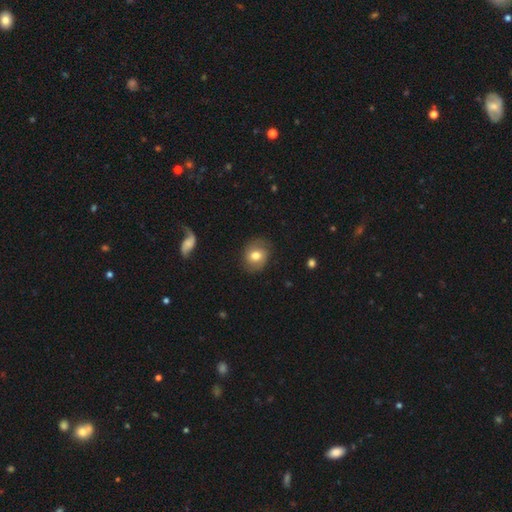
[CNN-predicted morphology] Overall: smooth (68%). How rounded: round (62%; in between 37%). Merging: none (79%).